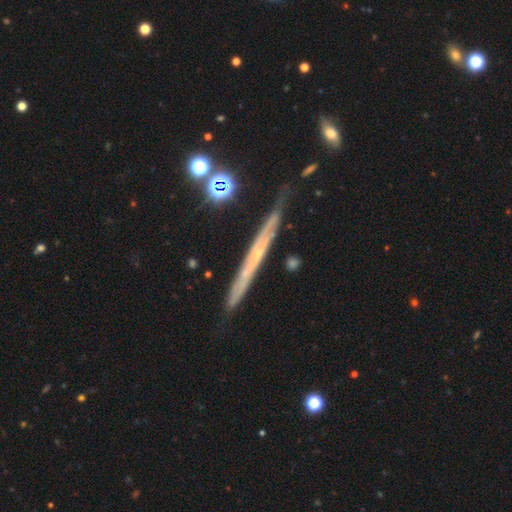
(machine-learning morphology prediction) Smooth or featured?
  - featured or disk: 62% *
  - smooth: 29%
  - star or artifact: 9%
Edge-on disk?
  - yes: 93% *
  - no: 7%
Edge-on bulge?
  - none: 83% *
  - rounded: 13%
  - boxy: 4%
Merging?
  - none: 75% *
  - minor disturbance: 18%
  - major disturbance: 3%
  - merger: 3%